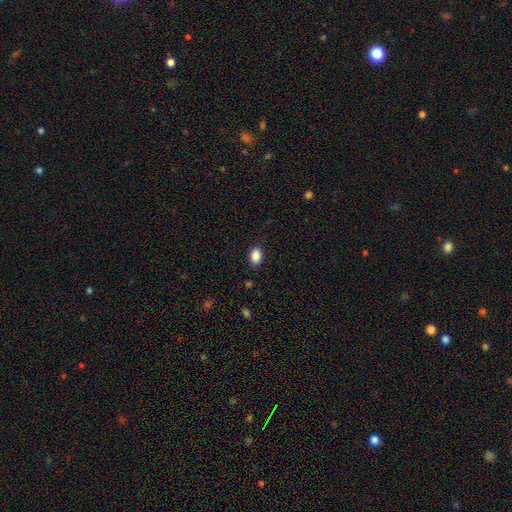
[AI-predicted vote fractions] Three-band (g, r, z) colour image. It shows a smooth galaxy with no disk features (88%) that is in between round and cigar-shaped (85%). Merging: none (87%).